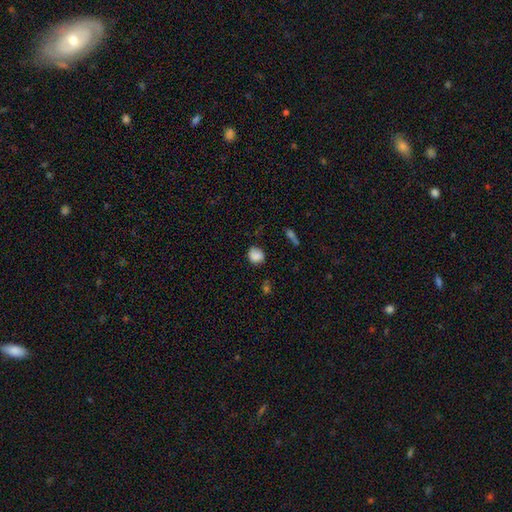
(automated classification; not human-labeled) smooth_or_featured: smooth (p=0.84) [alt: star or artifact p=0.10]
how_rounded: round (p=0.67) [alt: in between p=0.32]
merging: none (p=0.72) [alt: minor disturbance p=0.21]